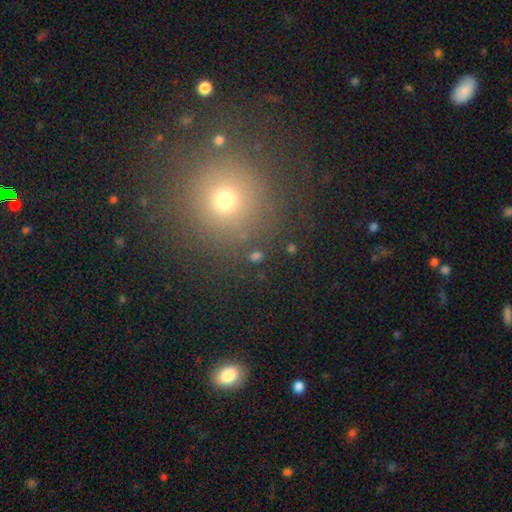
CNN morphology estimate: Smooth or featured?
  - smooth: 59% *
  - star or artifact: 31%
  - featured or disk: 11%
How rounded?
  - round: 85% *
  - in between: 14%
  - cigar-shaped: 2%
Merging?
  - none: 82% *
  - minor disturbance: 8%
  - merger: 5%
  - major disturbance: 5%